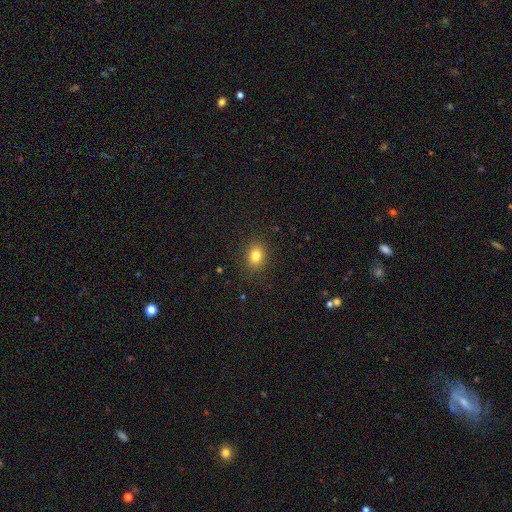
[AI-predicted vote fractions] smooth_or_featured: smooth (p=0.82) [alt: star or artifact p=0.12]
how_rounded: in between (p=0.52) [alt: round p=0.47]
merging: none (p=0.88) [alt: minor disturbance p=0.09]